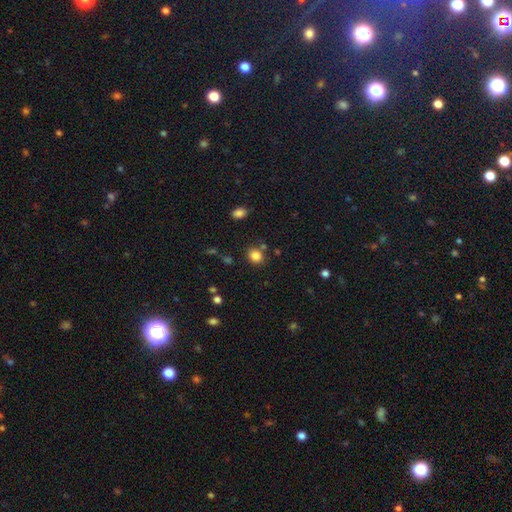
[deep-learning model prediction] Smooth or featured?
  - smooth: 83% *
  - star or artifact: 12%
  - featured or disk: 5%
How rounded?
  - round: 67% *
  - in between: 32%
  - cigar-shaped: 1%
Merging?
  - none: 77% *
  - minor disturbance: 11%
  - merger: 9%
  - major disturbance: 4%